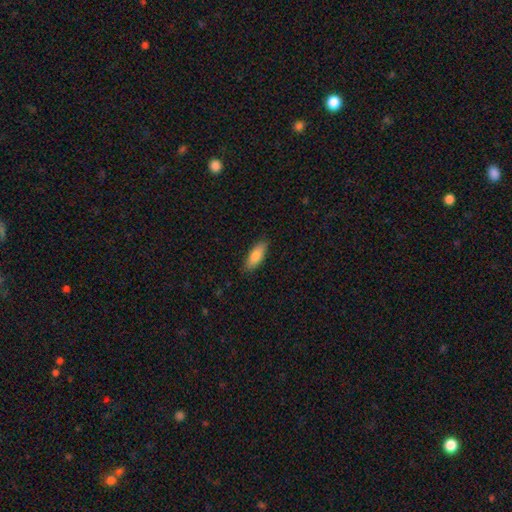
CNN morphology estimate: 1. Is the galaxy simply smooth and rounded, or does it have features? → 82% smooth, 12% featured or disk, 6% star or artifact.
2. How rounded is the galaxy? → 70% in between, 28% cigar-shaped, 2% round.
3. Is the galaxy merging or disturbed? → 87% none, 10% minor disturbance, 2% major disturbance, 1% merger.